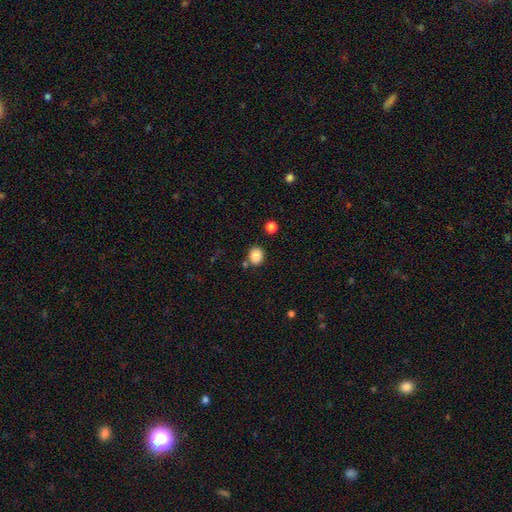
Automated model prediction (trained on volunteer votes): A smooth galaxy with no disk features (86%) that is round (66%). Merging: none (79%).